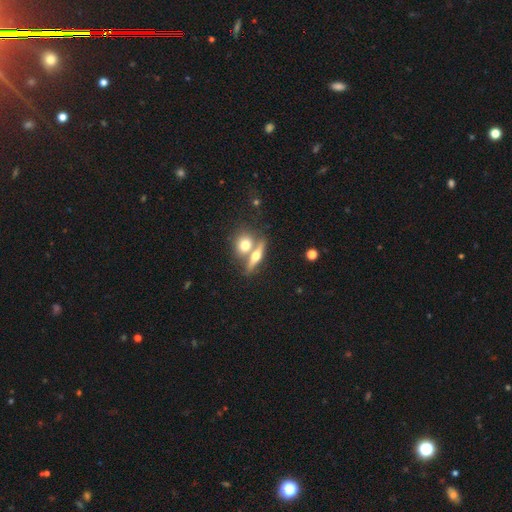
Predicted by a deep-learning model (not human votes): This appears to be a featured or disk galaxy (52%) viewed edge-on (87%). Merging: none (51%).